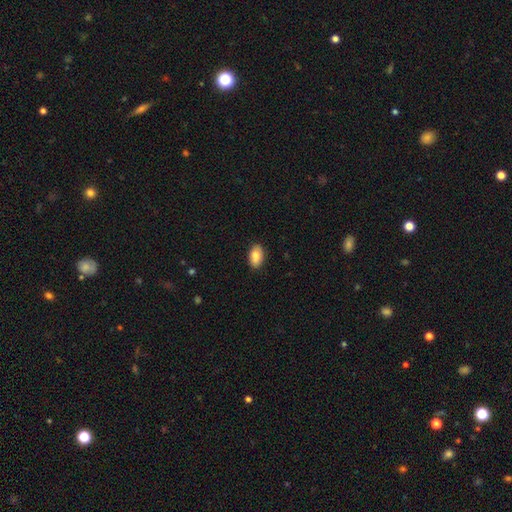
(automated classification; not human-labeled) Smooth or featured? smooth (81%)
How rounded? in between (92%)
Merging? none (88%)